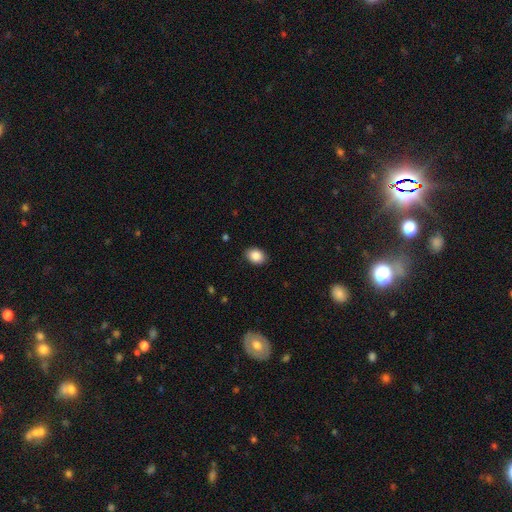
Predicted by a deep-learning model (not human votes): A smooth galaxy with no disk features (88%) that is in between round and cigar-shaped (71%). Merging: none (88%).